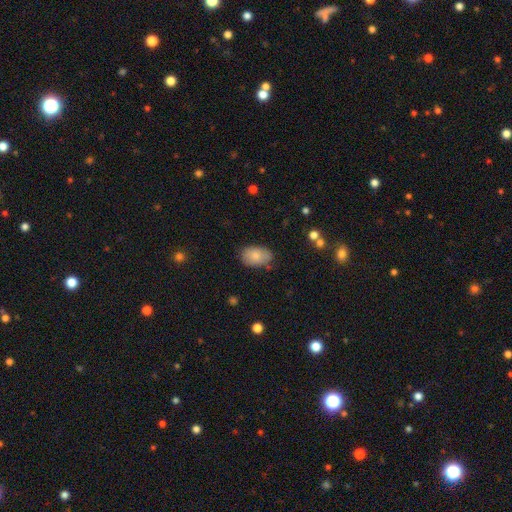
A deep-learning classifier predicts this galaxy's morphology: This is clearly a smooth galaxy (80%). How rounded: clearly in between (90%). Merging: likely none (73%).